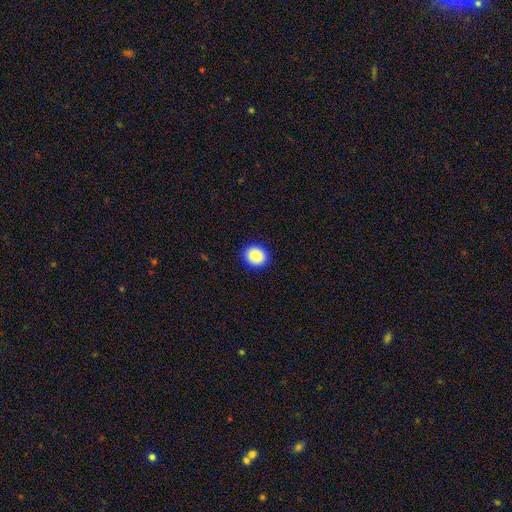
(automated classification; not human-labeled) smooth-or-featured: smooth: 89% | star or artifact: 8% | featured or disk: 3%
  how-rounded: round: 77% | in between: 22% | cigar-shaped: 1%
  merging: none: 92% | minor disturbance: 6% | major disturbance: 2% | merger: 1%